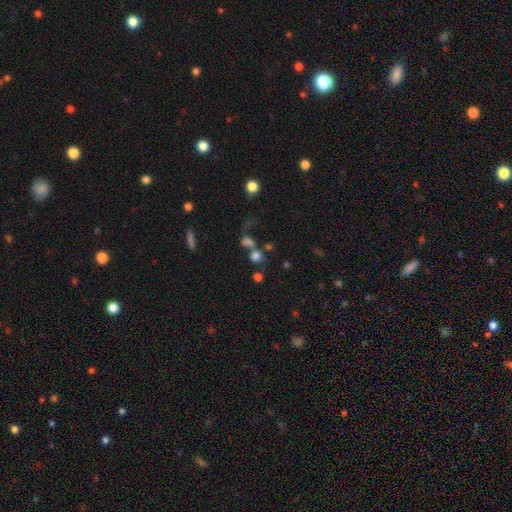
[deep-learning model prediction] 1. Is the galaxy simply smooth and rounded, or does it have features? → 73% smooth, 17% star or artifact, 10% featured or disk.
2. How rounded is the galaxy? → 81% round, 17% in between, 2% cigar-shaped.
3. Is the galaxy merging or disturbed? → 44% none, 38% merger, 9% minor disturbance, 8% major disturbance.